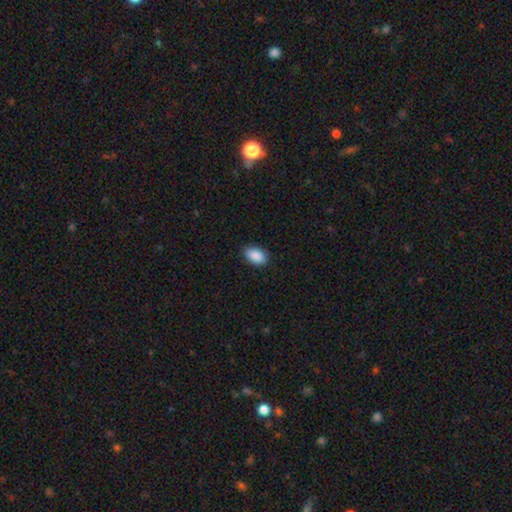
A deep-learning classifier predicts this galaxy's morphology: smooth 90%, star or artifact 7%, featured or disk 3%. Down the decision tree: how rounded — in between (92%); merging — none (87%).